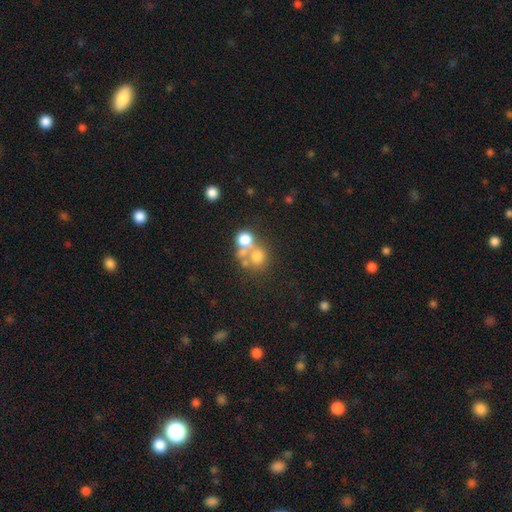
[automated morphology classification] Q: Smooth or featured?
A: smooth (61%); runner-up: star or artifact (20%)
Q: How rounded?
A: round (81%); runner-up: in between (18%)
Q: Merging?
A: merger (46%); runner-up: none (40%)